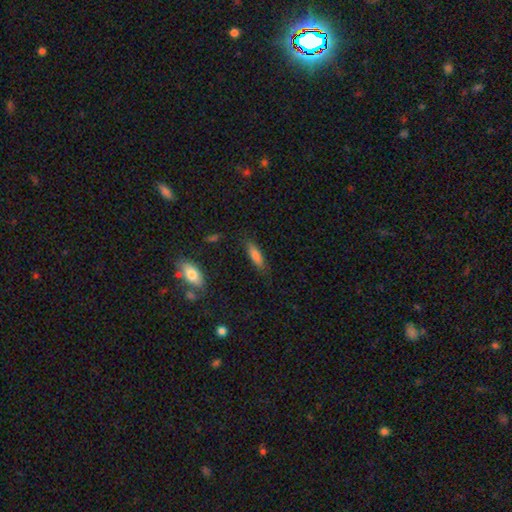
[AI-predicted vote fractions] Smooth or featured? Predicted: smooth (p=0.80). How rounded? Predicted: cigar-shaped (p=0.52). Merging? Predicted: none (p=0.81).